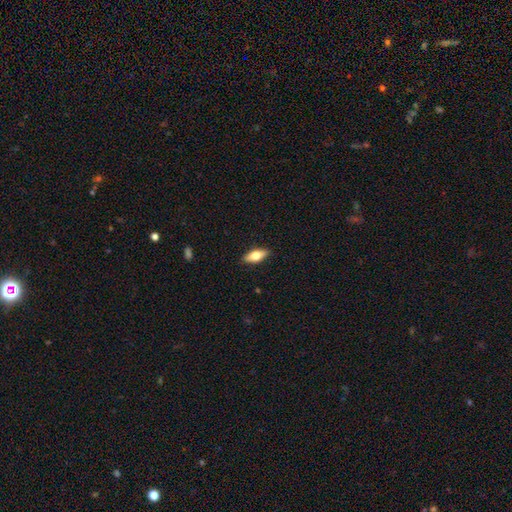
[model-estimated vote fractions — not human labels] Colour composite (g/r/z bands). It shows a smooth galaxy with no disk features (63%) that is in between round and cigar-shaped (78%). Merging: none (89%).